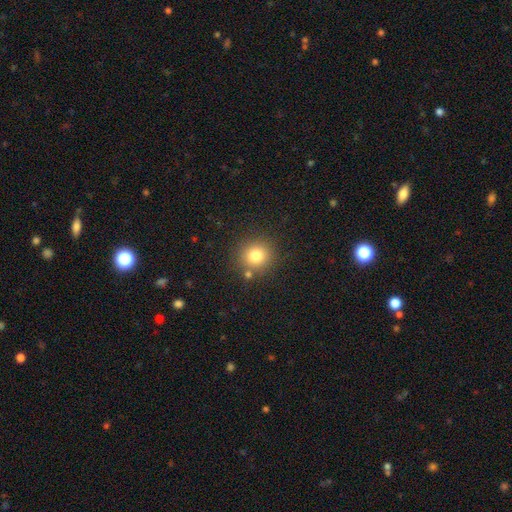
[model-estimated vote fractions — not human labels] Overall: smooth (80%). How rounded: round (90%). Merging: none (81%).